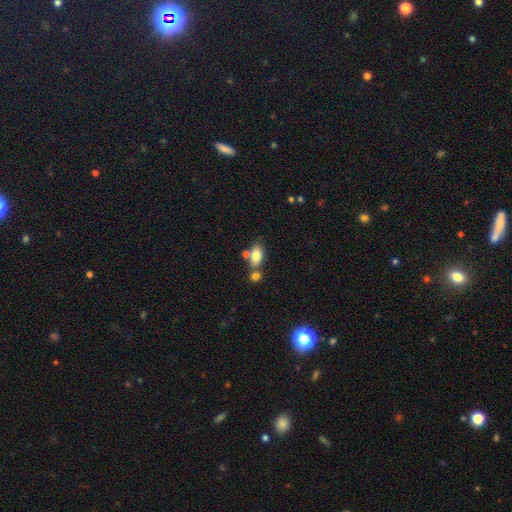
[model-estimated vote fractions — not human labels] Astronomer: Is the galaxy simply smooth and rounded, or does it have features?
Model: smooth — 78%.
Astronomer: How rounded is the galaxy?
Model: in between — 87%.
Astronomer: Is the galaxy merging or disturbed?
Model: none — 53% (runner-up: merger, 31%).